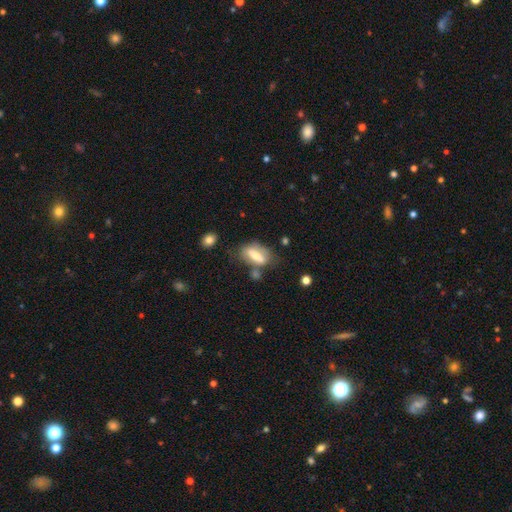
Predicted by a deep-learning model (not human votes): Smooth or featured? Predicted: smooth (p=0.57). How rounded? Predicted: in between (p=0.76). Merging? Predicted: none (p=0.54).